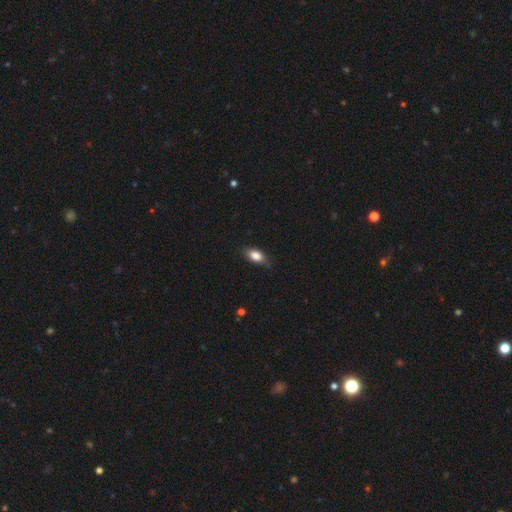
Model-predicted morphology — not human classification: Q: Smooth or featured?
A: smooth (83%); runner-up: featured or disk (9%)
Q: How rounded?
A: in between (87%); runner-up: round (8%)
Q: Merging?
A: none (75%); runner-up: minor disturbance (20%)